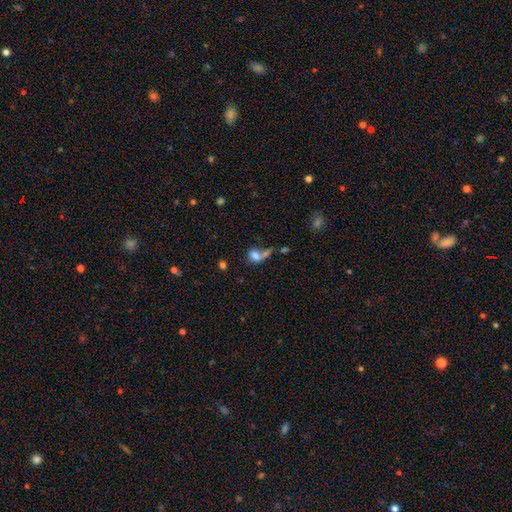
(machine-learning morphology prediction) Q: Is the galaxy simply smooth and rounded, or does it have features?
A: smooth — 73%.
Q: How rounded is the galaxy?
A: in between — 59%.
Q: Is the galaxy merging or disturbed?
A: merger — 43%.